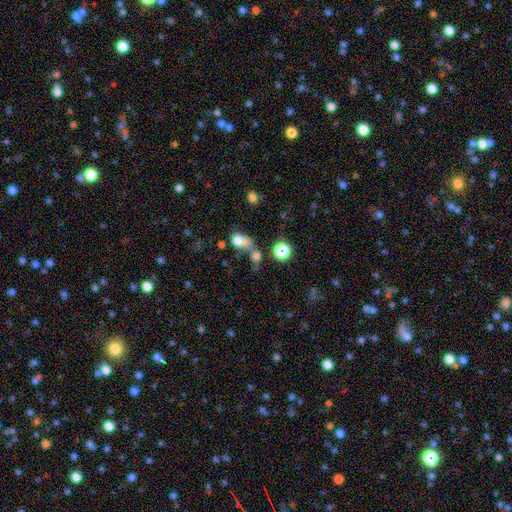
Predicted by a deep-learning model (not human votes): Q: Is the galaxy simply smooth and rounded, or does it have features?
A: smooth — 65%.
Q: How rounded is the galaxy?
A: round — 50%.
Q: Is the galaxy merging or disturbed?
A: merger — 41%.